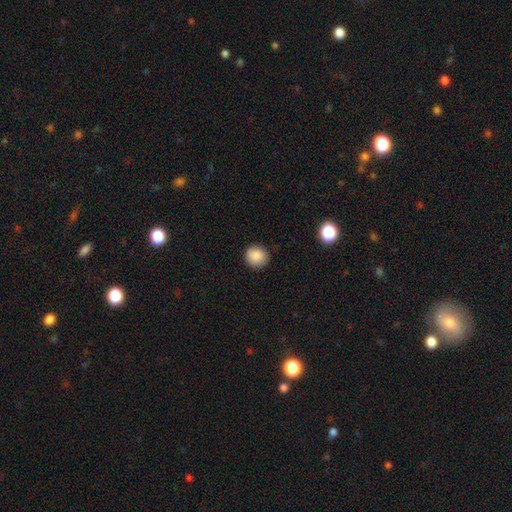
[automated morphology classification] Q: Smooth or featured?
A: smooth (87%); runner-up: star or artifact (9%)
Q: How rounded?
A: round (91%); runner-up: in between (8%)
Q: Merging?
A: none (89%); runner-up: minor disturbance (8%)